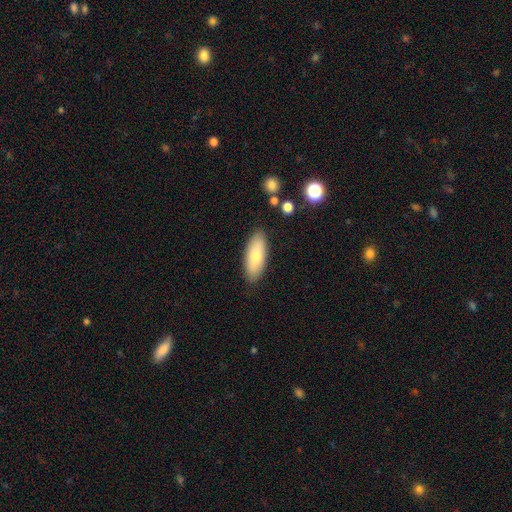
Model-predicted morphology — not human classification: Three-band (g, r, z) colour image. It shows a smooth galaxy with no disk features (76%) that is in between round and cigar-shaped (77%). Merging: none (87%).